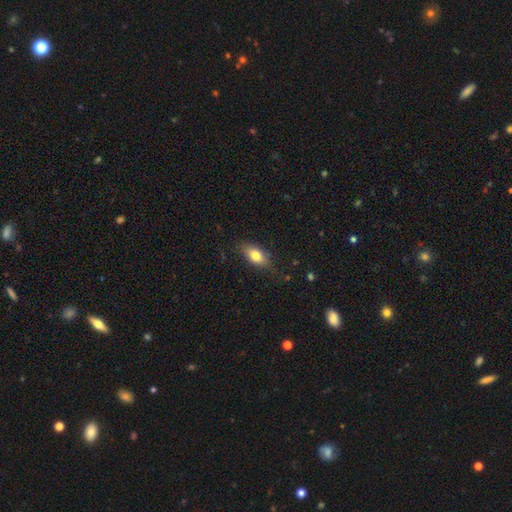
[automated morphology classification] Smooth or featured? Predicted: smooth (p=0.75). How rounded? Predicted: in between (p=0.82). Merging? Predicted: none (p=0.76).